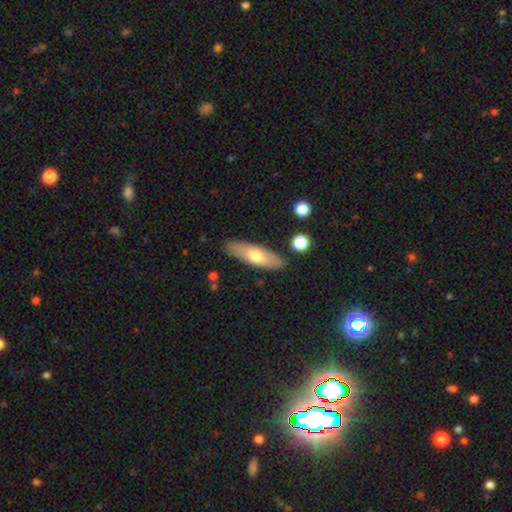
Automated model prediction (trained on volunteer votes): This appears to be a smooth galaxy with no disk features (61%) that is in between round and cigar-shaped (53%). Merging: none (85%).